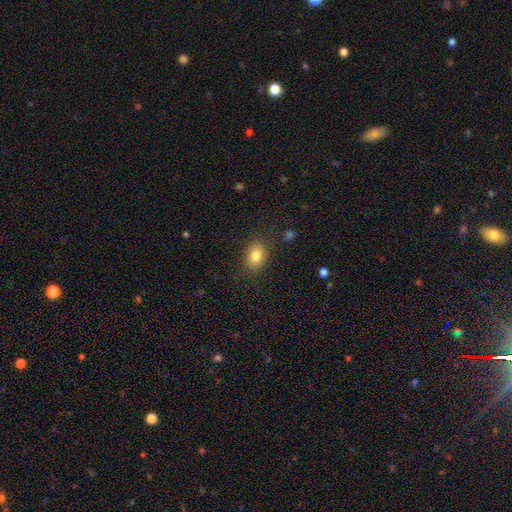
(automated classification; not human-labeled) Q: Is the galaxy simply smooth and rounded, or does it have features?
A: smooth — 82%.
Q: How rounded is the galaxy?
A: in between — 73%.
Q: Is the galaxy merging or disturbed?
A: none — 82%.